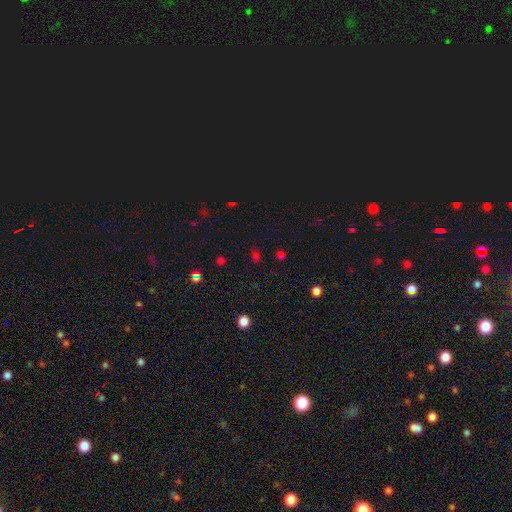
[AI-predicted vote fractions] Q: Smooth or featured?
A: star or artifact (50%); runner-up: smooth (43%)